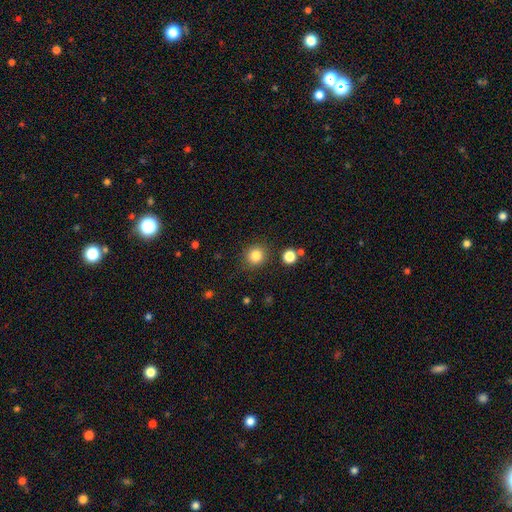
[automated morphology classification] This is clearly a smooth galaxy (84%). How rounded: clearly round (87%). Merging: clearly none (86%).